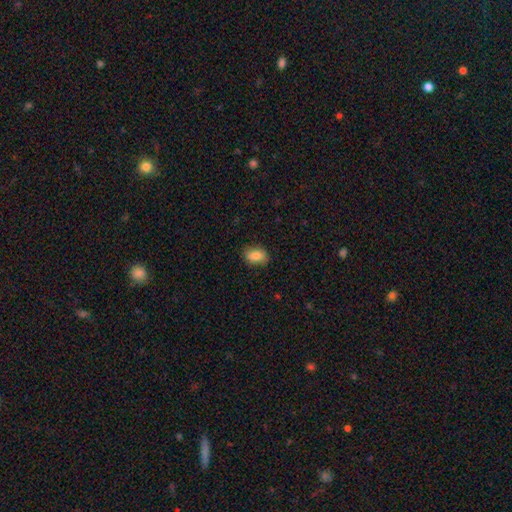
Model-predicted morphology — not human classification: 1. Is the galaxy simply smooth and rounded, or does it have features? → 84% smooth, 8% featured or disk, 8% star or artifact.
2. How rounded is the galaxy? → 85% in between, 13% round, 2% cigar-shaped.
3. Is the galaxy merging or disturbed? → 84% none, 13% minor disturbance, 3% major disturbance, 1% merger.